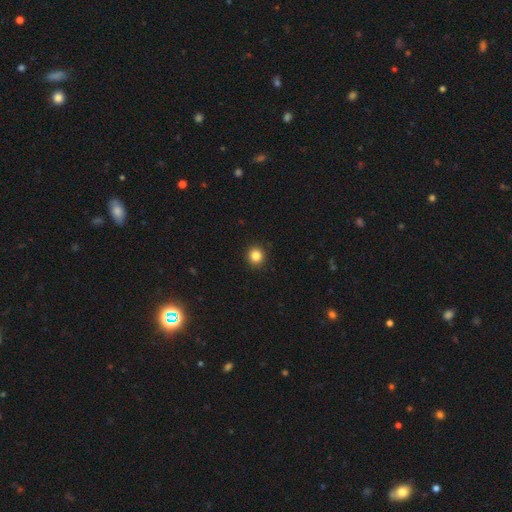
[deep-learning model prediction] Q: Smooth or featured?
A: smooth (84%); runner-up: star or artifact (11%)
Q: How rounded?
A: round (92%); runner-up: in between (7%)
Q: Merging?
A: none (92%); runner-up: minor disturbance (5%)